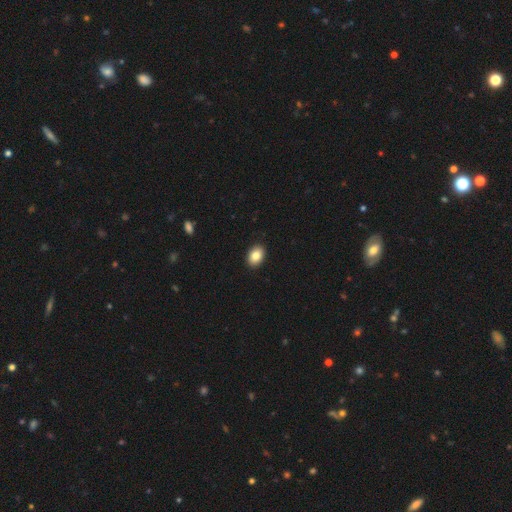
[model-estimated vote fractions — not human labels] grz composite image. It shows a smooth galaxy with no disk features (85%) that is in between round and cigar-shaped (80%). Merging: none (91%).